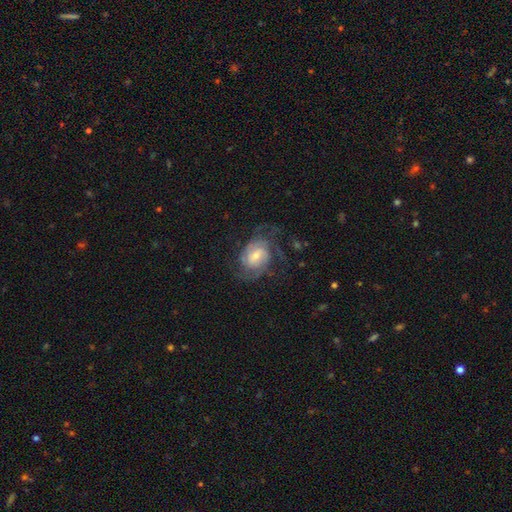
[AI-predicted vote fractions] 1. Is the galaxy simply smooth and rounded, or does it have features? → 82% featured or disk, 12% smooth, 6% star or artifact.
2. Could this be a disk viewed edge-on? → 98% no, 2% yes.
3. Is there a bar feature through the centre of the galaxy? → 49% weak, 39% no, 12% strong.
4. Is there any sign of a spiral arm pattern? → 95% yes, 5% no.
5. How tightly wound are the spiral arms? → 44% medium, 40% tight, 16% loose.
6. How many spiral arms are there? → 38% 2, 22% can't tell, 22% 3, 7% 4, 6% 1, 5% more than 4.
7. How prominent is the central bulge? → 51% small, 38% moderate, 7% large, 3% none, 1% dominant.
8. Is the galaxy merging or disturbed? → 60% none, 20% major disturbance, 18% minor disturbance, 1% merger.